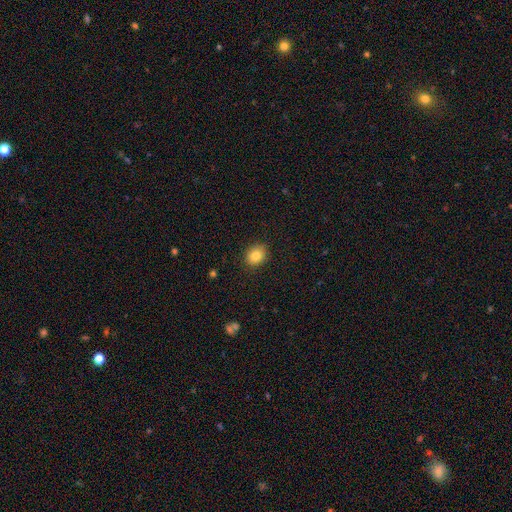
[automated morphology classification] smooth 83%, star or artifact 10%, featured or disk 7%. Down the decision tree: how rounded — round (62%); merging — none (89%).